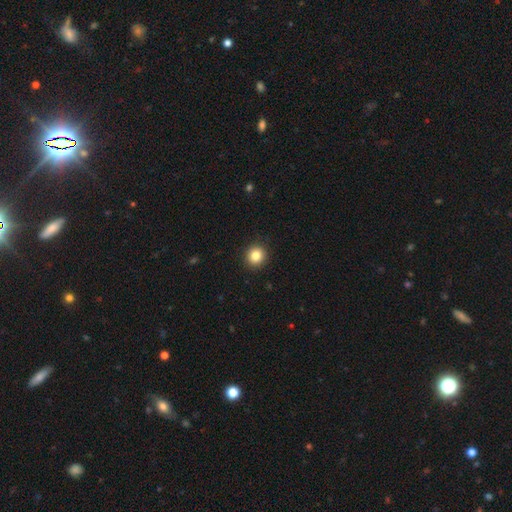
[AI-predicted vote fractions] A smooth galaxy with no disk features (84%) that is round (90%). Merging: none (92%).